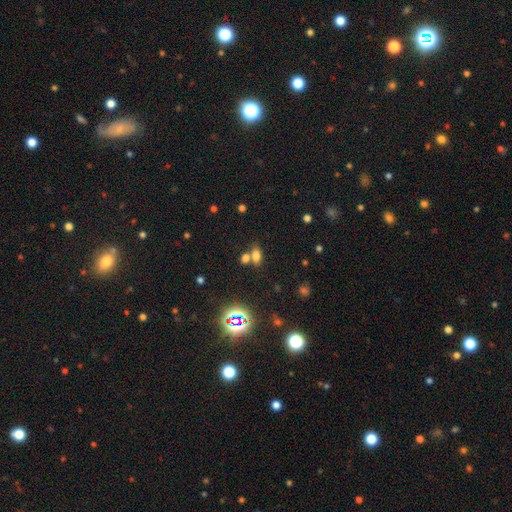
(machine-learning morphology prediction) type=smooth (66%); roundness=in between (81%); merging=none (45%).